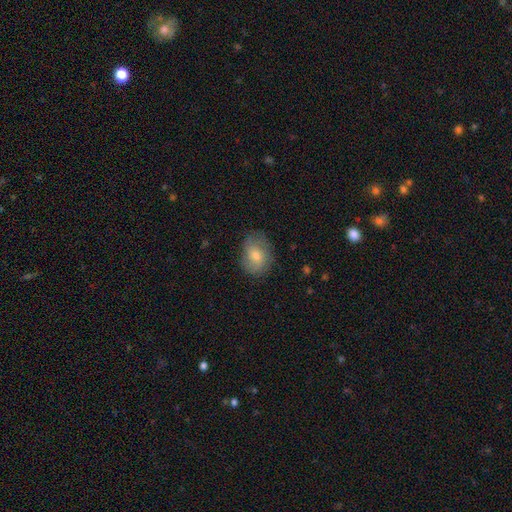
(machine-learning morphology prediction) Smooth or featured?
  - smooth: 64% *
  - featured or disk: 27%
  - star or artifact: 9%
How rounded?
  - in between: 61% *
  - round: 37%
  - cigar-shaped: 1%
Merging?
  - none: 73% *
  - minor disturbance: 21%
  - major disturbance: 6%
  - merger: 1%